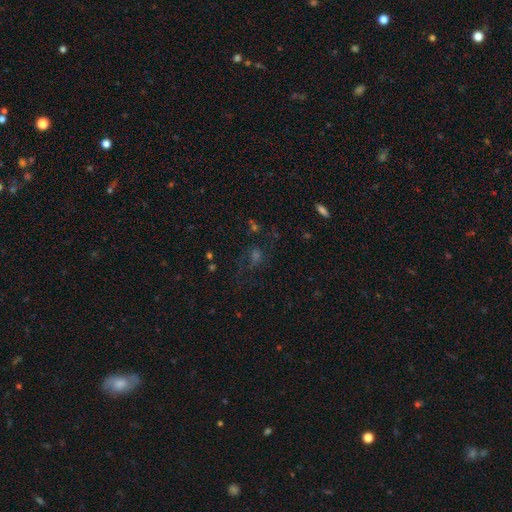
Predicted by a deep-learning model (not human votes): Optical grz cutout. It shows a star or artifact, not a galaxy (41%).